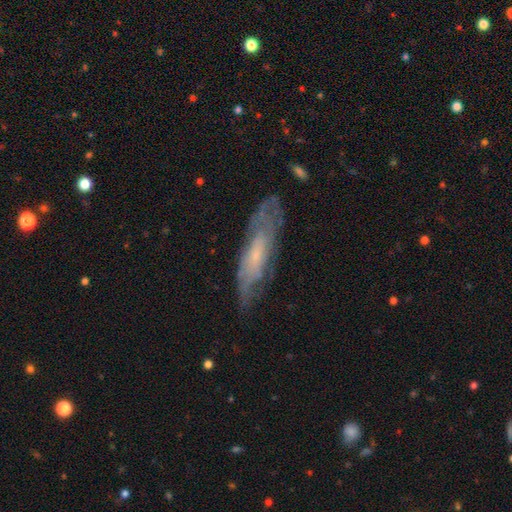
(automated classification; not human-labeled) Smooth or featured: featured or disk — 64% (smooth — 29%)
Edge-on disk: no — 66% (yes — 34%)
Merging: none — 68% (minor disturbance — 22%)